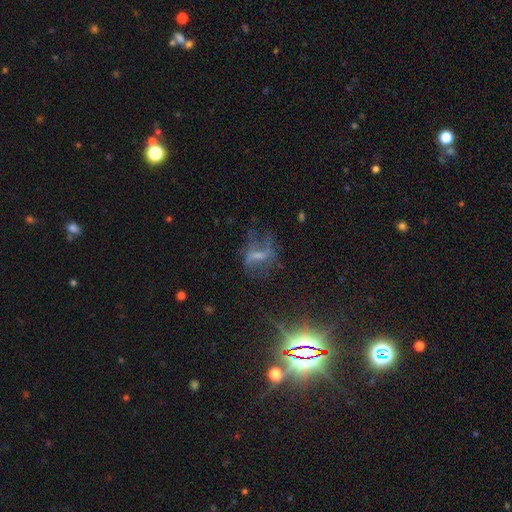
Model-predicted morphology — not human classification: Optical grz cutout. It shows a featured or disk galaxy (46%). Merging: none (53%).